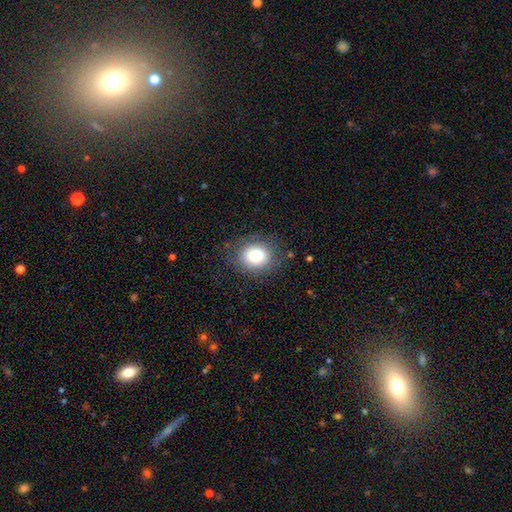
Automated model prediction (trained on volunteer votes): Smooth or featured? smooth (79%)
How rounded? round (60%)
Merging? none (78%)